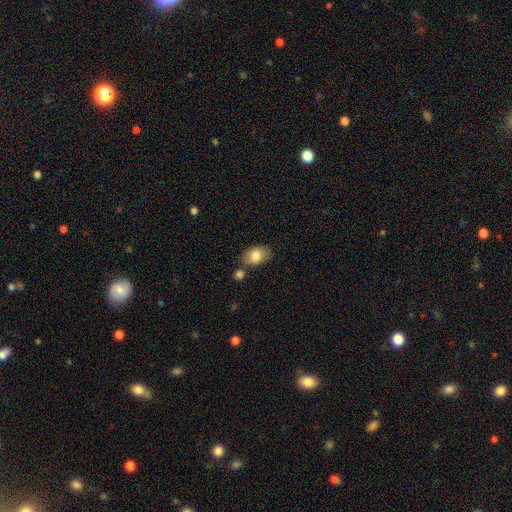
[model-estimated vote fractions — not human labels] The model was most divided on "merging": none: 67%, minor disturbance: 16%, merger: 12%, major disturbance: 4%. More confident: how rounded — in between (84%); smooth or featured — smooth (80%).